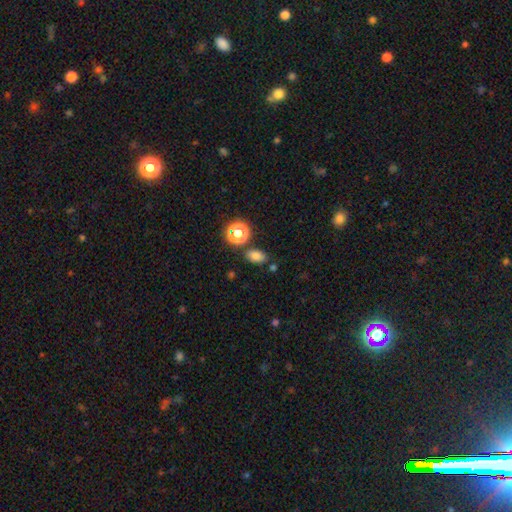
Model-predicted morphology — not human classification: Smooth or featured?
  - smooth: 79% *
  - star or artifact: 15%
  - featured or disk: 6%
How rounded?
  - in between: 79% *
  - round: 20%
  - cigar-shaped: 2%
Merging?
  - none: 79% *
  - minor disturbance: 11%
  - merger: 7%
  - major disturbance: 3%